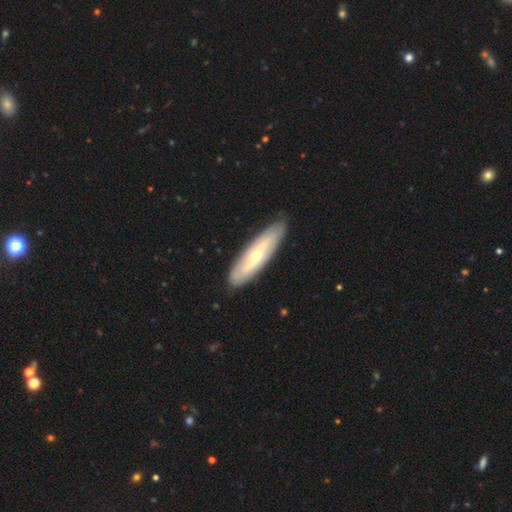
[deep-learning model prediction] smooth-or-featured: featured or disk: 59% | smooth: 36% | star or artifact: 5%
  disk-edge-on: no: 60% | yes: 40%
  merging: none: 87% | minor disturbance: 10% | major disturbance: 2% | merger: 1%